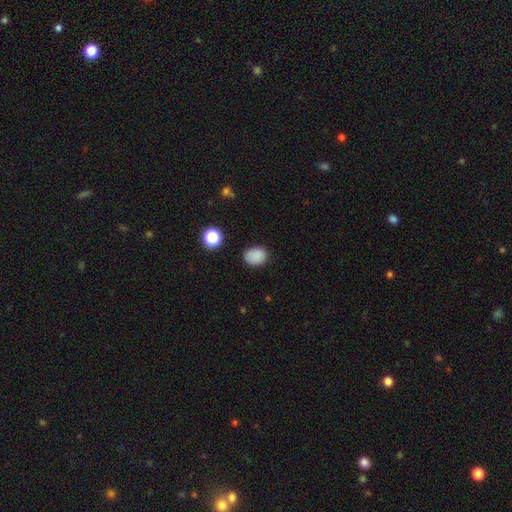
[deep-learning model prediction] Morphology: type=smooth (85%); roundness=in between (57%); merging=none (81%).